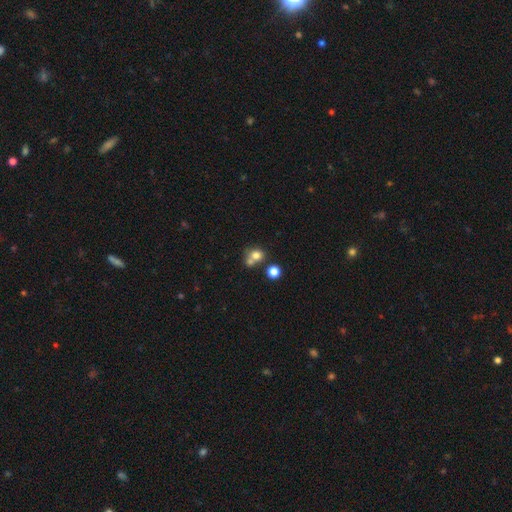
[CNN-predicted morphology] Smooth or featured? Predicted: smooth (p=0.74). How rounded? Predicted: round (p=0.76). Merging? Predicted: merger (p=0.45).